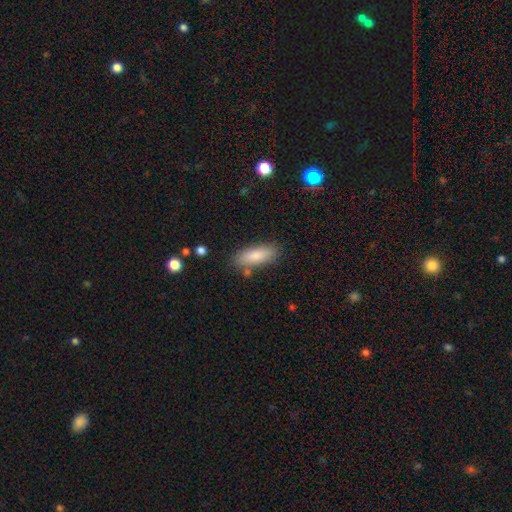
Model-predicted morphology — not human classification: smooth_or_featured: smooth (p=0.84) [alt: featured or disk p=0.09]
how_rounded: in between (p=0.68) [alt: cigar-shaped p=0.29]
merging: none (p=0.77) [alt: minor disturbance p=0.14]